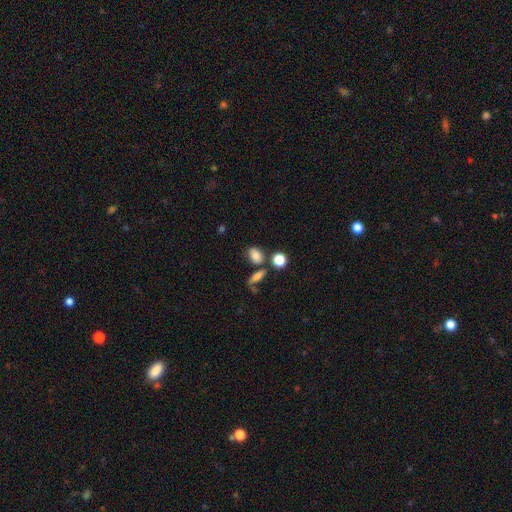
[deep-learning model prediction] The model was most divided on "merging": none: 60%, merger: 19%, minor disturbance: 15%, major disturbance: 6%. More confident: smooth or featured — smooth (81%); how rounded — in between (72%).